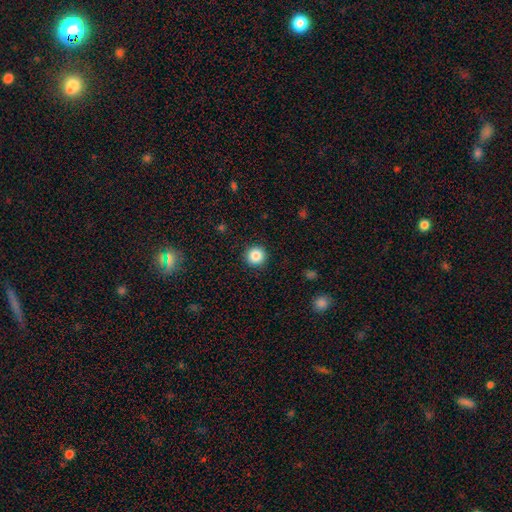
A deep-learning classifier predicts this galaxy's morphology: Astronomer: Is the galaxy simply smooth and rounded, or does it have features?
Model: smooth — 86%.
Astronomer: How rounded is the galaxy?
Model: round — 95%.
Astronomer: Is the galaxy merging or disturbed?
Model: none — 92%.